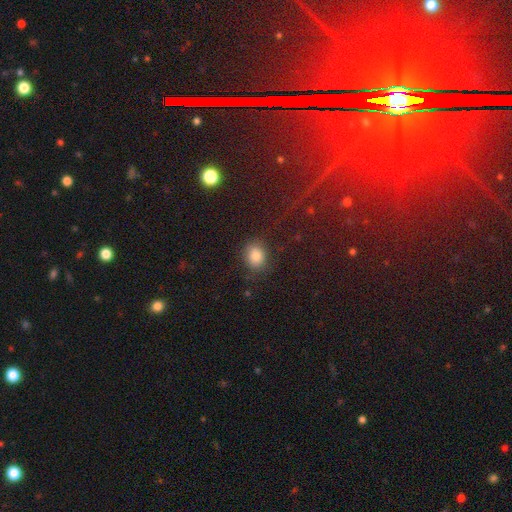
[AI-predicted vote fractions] smooth 82%, star or artifact 11%, featured or disk 6%. Down the decision tree: how rounded — round (62%); merging — none (81%).